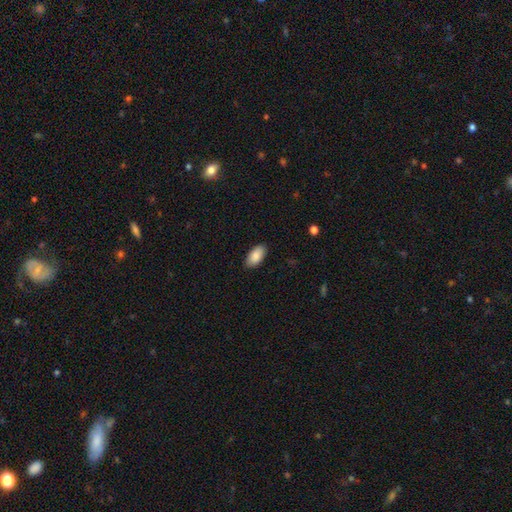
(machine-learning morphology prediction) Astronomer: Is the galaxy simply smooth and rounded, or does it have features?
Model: smooth — 88%.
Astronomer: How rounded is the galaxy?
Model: in between — 94%.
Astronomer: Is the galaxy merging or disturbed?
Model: none — 87%.